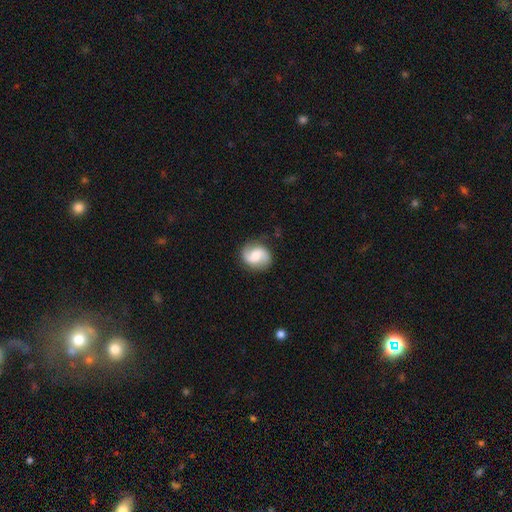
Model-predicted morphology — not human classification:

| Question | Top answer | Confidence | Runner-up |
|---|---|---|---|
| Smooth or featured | featured or disk | 67% | smooth (26%) |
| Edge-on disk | no | 98% | yes (2%) |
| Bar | no | 46% | weak (42%) |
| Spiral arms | yes | 94% | no (6%) |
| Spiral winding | loose | 42% | medium (41%) |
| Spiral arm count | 2 | 91% | can't tell (3%) |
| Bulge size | moderate | 49% | small (24%) |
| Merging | none | 84% | minor disturbance (12%) |